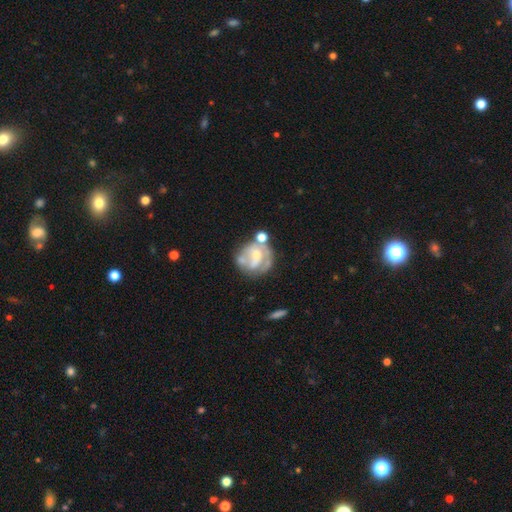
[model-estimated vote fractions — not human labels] smooth-or-featured: featured or disk: 68% | smooth: 25% | star or artifact: 7%
  disk-edge-on: no: 97% | yes: 3%
    bar: no: 60% | weak: 31% | strong: 10%
    has-spiral-arms: yes: 57% | no: 43%
    bulge-size: small: 48% | moderate: 41% | none: 6% | large: 3% | dominant: 1%
  merging: none: 44% | minor disturbance: 20% | merger: 19% | major disturbance: 17%